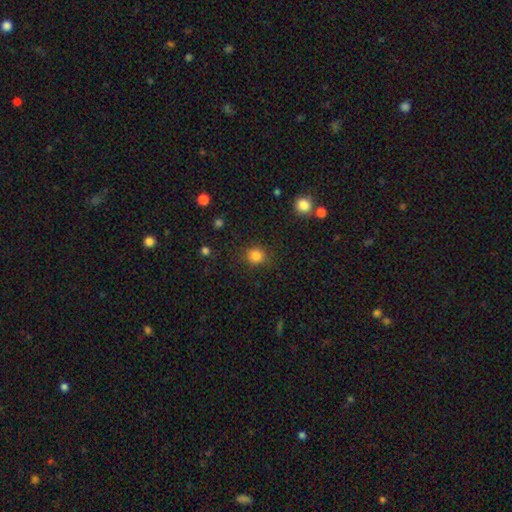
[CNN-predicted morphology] This appears to be a smooth galaxy with no disk features (83%) that is round (86%). Merging: none (82%).